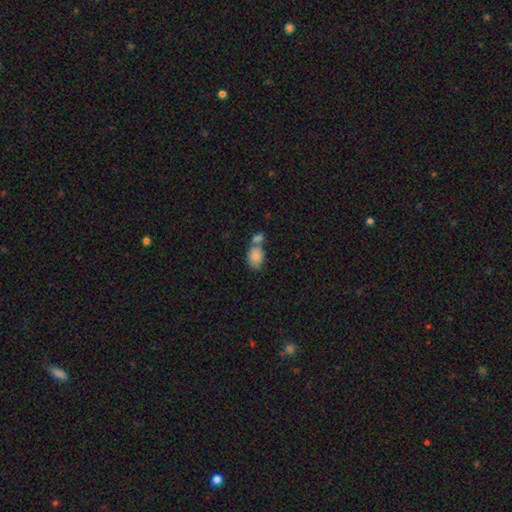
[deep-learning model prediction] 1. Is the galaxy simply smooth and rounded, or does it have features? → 82% smooth, 10% featured or disk, 8% star or artifact.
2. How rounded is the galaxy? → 79% in between, 20% round, 1% cigar-shaped.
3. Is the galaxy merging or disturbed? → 47% merger, 36% none, 12% minor disturbance, 5% major disturbance.